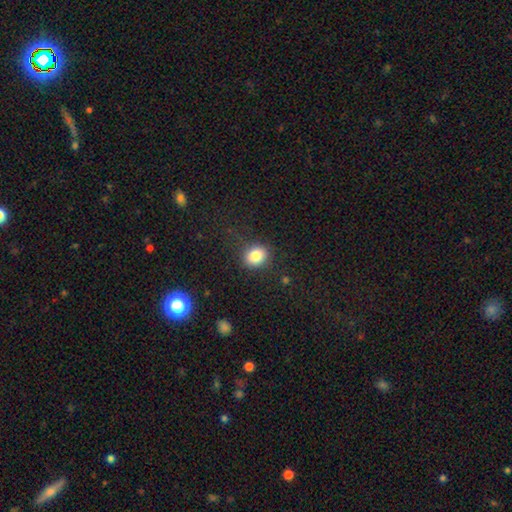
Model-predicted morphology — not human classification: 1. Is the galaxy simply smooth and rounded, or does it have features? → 83% smooth, 11% star or artifact, 7% featured or disk.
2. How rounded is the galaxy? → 63% round, 36% in between, 1% cigar-shaped.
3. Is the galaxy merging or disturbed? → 84% none, 11% minor disturbance, 4% major disturbance, 1% merger.